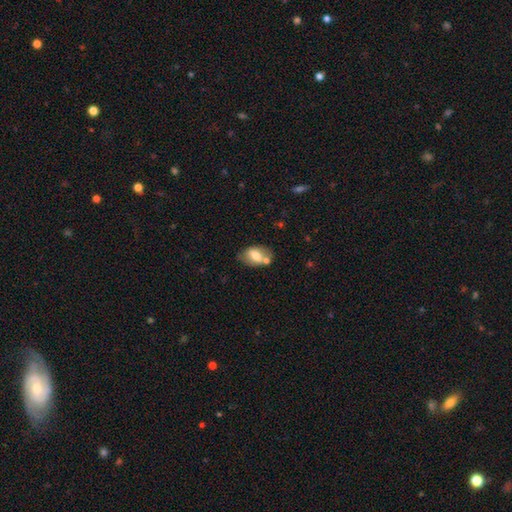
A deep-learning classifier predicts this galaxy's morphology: smooth_or_featured: smooth (p=0.61) [alt: featured or disk p=0.32]
how_rounded: in between (p=0.85) [alt: round p=0.13]
merging: none (p=0.58) [alt: merger p=0.19]